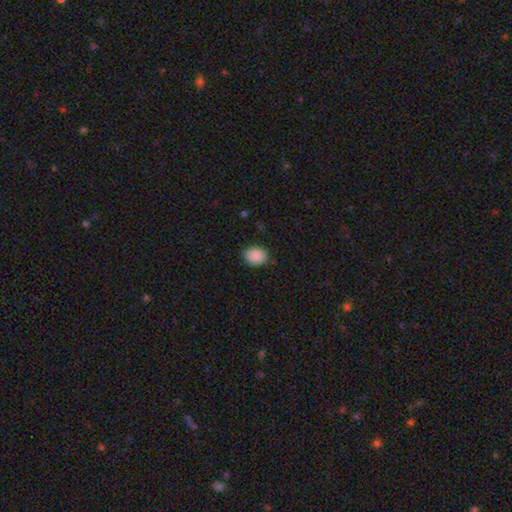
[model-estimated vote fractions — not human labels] Smooth or featured?
  - smooth: 89% *
  - star or artifact: 8%
  - featured or disk: 3%
How rounded?
  - round: 50% *
  - in between: 49%
  - cigar-shaped: 1%
Merging?
  - none: 85% *
  - minor disturbance: 11%
  - major disturbance: 3%
  - merger: 1%